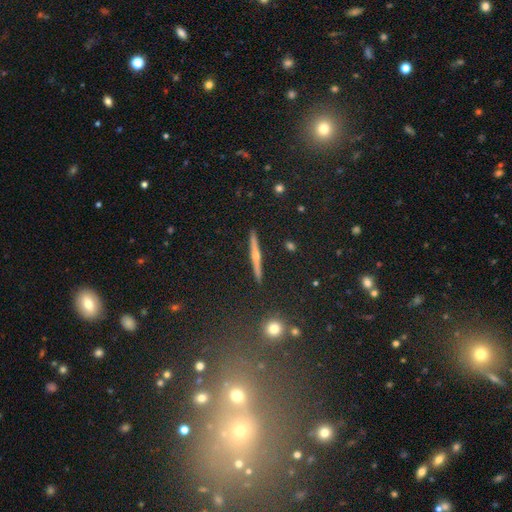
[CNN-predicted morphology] Smooth or featured?
  - featured or disk: 65% *
  - smooth: 24%
  - star or artifact: 11%
Edge-on disk?
  - yes: 97% *
  - no: 3%
Edge-on bulge?
  - rounded: 81% *
  - none: 13%
  - boxy: 6%
Merging?
  - none: 92% *
  - minor disturbance: 5%
  - merger: 1%
  - major disturbance: 1%